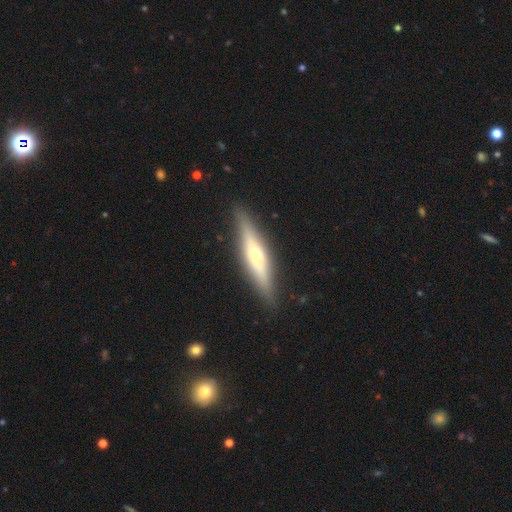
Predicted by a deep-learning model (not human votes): Morphology: type=featured or disk (58%); edge-on=yes (94%); edge-on bulge=rounded (74%); merging=none (89%).